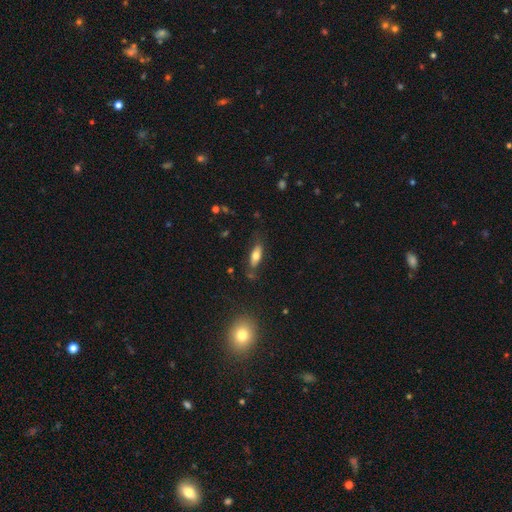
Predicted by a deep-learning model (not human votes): Q: Smooth or featured?
A: smooth (68%); runner-up: featured or disk (25%)
Q: How rounded?
A: in between (65%); runner-up: cigar-shaped (32%)
Q: Merging?
A: none (72%); runner-up: minor disturbance (19%)